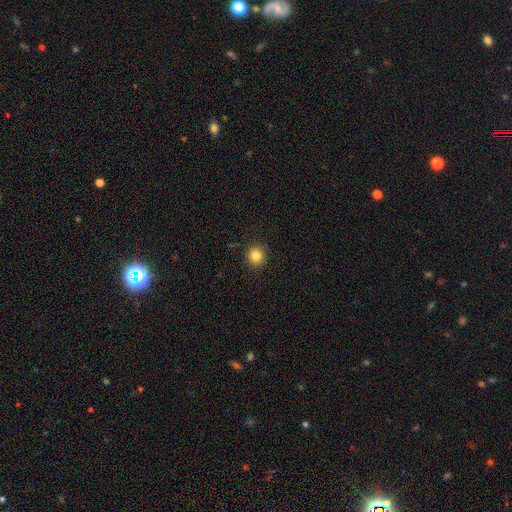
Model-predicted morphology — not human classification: This is clearly a smooth galaxy (83%). How rounded: clearly round (91%). Merging: clearly none (91%).